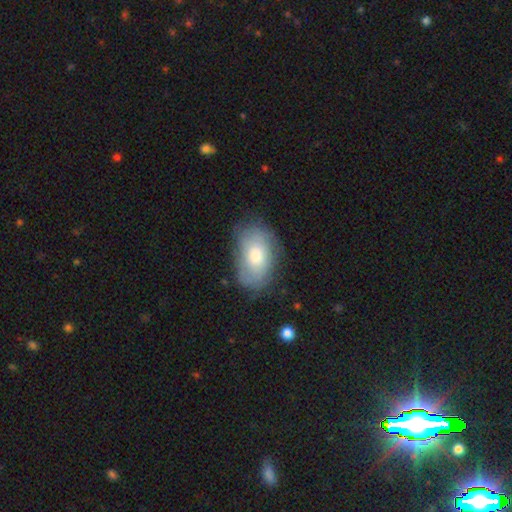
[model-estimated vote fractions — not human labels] Smooth or featured? smooth (64%)
How rounded? in between (90%)
Merging? none (68%)